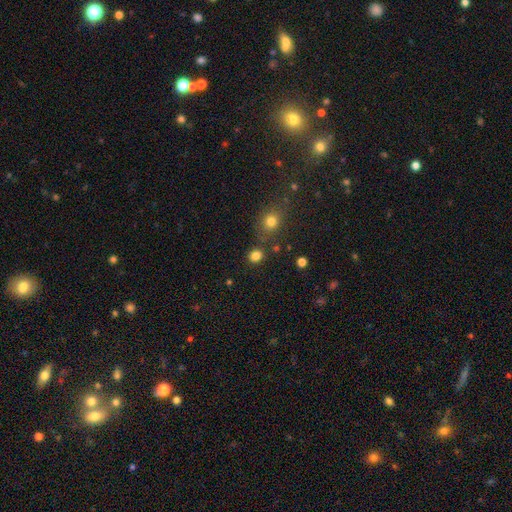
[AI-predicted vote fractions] This is clearly a smooth galaxy (81%). How rounded: clearly round (81%). Merging: clearly none (81%).